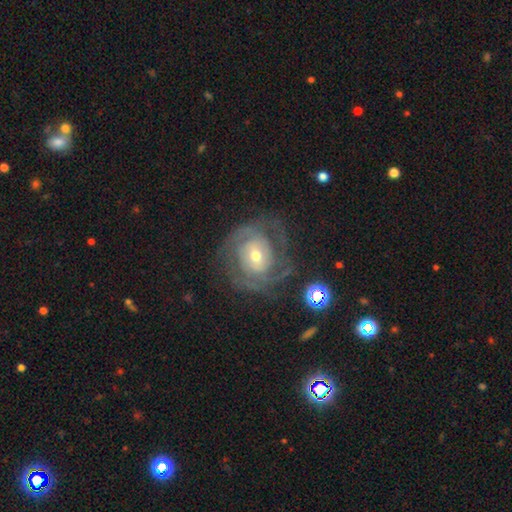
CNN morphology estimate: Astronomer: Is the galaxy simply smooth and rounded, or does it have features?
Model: featured or disk — 80%.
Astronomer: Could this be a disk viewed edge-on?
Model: no — 97%.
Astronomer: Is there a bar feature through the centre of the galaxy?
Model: no — 60%.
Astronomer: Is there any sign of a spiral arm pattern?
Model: yes — 88%.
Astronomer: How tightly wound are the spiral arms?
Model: tight — 63%.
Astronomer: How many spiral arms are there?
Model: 2 — 34% (runner-up: can't tell, 32%).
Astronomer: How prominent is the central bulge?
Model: moderate — 52% (runner-up: small, 42%).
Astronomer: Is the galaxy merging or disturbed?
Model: none — 69%.